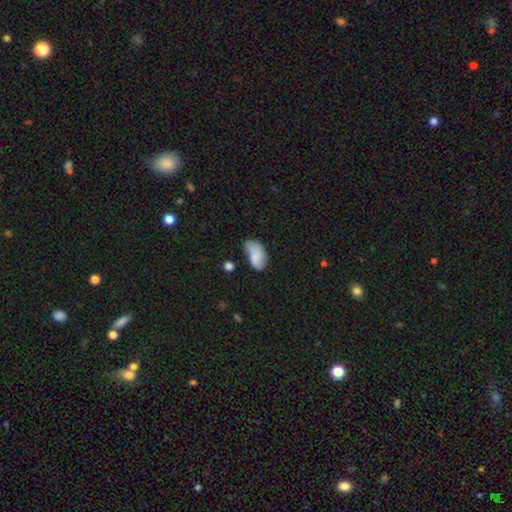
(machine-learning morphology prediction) Smooth or featured? Predicted: smooth (p=0.78). How rounded? Predicted: in between (p=0.94). Merging? Predicted: none (p=0.43).